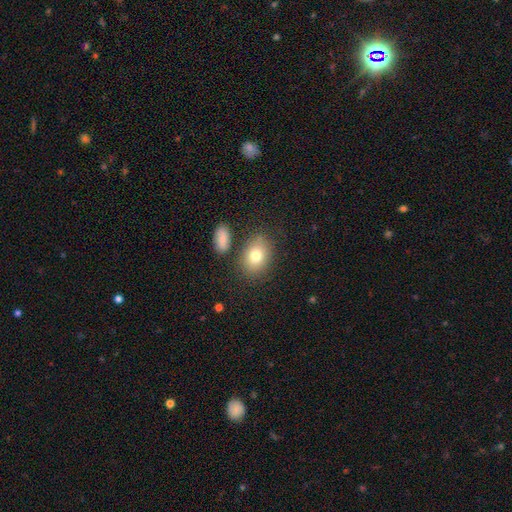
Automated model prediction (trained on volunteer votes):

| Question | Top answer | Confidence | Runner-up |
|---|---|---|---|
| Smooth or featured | smooth | 79% | featured or disk (12%) |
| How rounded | in between | 71% | round (28%) |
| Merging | none | 75% | minor disturbance (13%) |